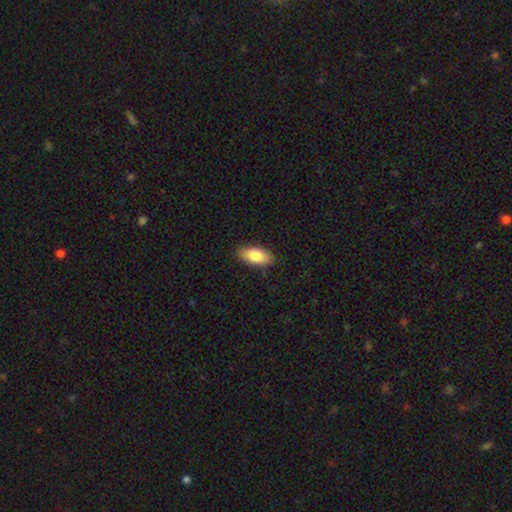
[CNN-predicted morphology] Smooth or featured? smooth (81%)
How rounded? in between (89%)
Merging? none (87%)